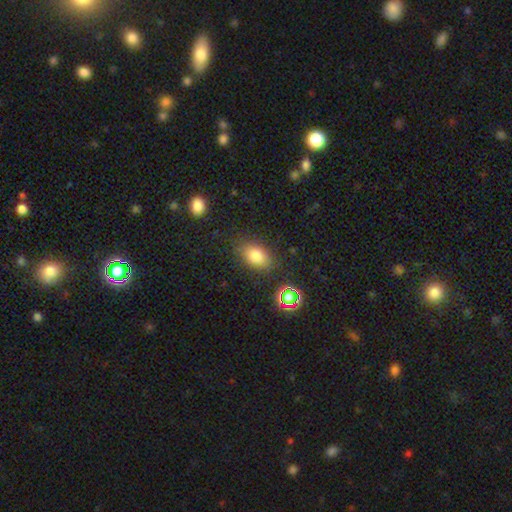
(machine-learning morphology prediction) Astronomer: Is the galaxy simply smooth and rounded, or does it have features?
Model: smooth — 79%.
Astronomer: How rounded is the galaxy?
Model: in between — 81%.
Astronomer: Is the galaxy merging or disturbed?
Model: none — 80%.